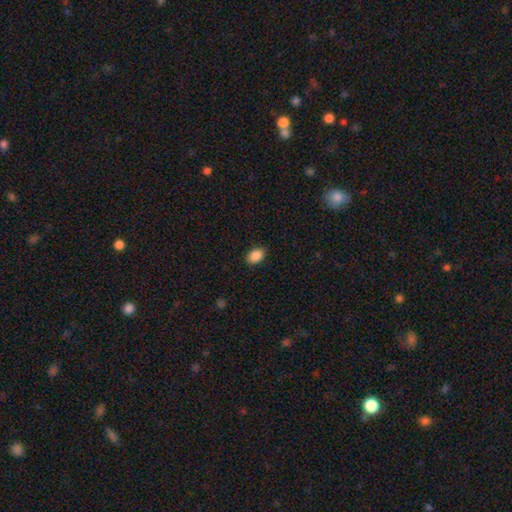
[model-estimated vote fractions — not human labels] Smooth or featured? Predicted: smooth (p=0.88). How rounded? Predicted: in between (p=0.86). Merging? Predicted: none (p=0.88).